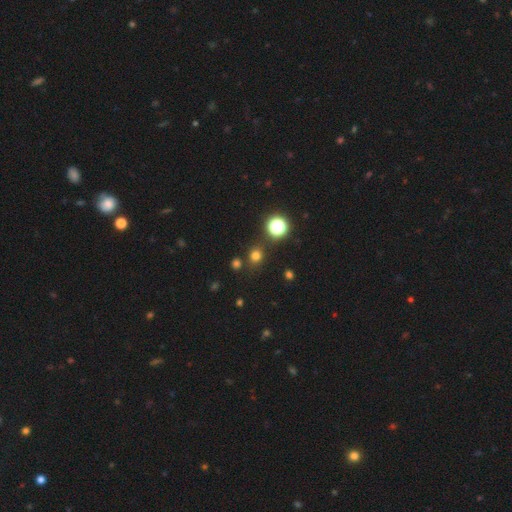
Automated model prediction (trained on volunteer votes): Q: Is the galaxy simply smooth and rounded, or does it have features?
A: smooth — 71%.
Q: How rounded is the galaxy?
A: round — 83%.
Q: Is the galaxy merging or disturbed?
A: none — 82%.